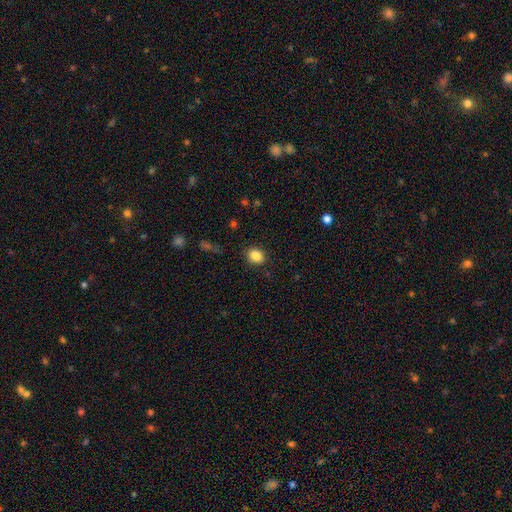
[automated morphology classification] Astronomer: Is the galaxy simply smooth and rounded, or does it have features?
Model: smooth — 86%.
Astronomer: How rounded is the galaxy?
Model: round — 61% (runner-up: in between, 38%).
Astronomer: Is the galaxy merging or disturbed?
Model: none — 87%.